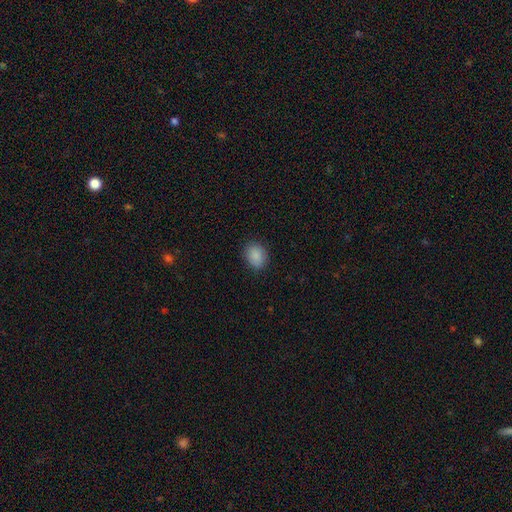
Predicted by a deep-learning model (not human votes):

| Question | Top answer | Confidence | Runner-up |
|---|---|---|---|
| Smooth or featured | smooth | 88% | star or artifact (8%) |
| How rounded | round | 51% | in between (48%) |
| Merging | none | 86% | minor disturbance (10%) |